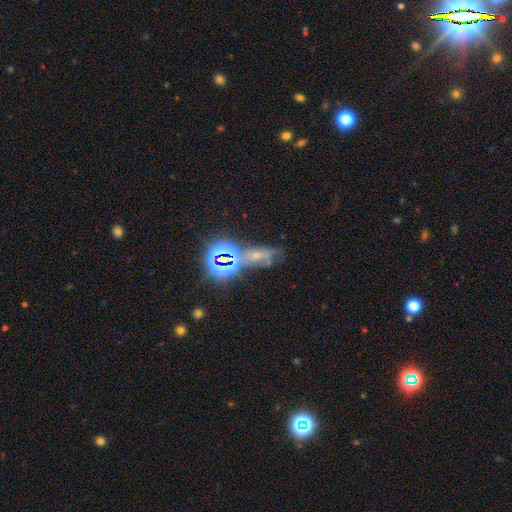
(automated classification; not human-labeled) A star or artifact, not a galaxy (49%).

Vote fractions:
- Smooth or featured? star or artifact: 49% / smooth: 26% / featured or disk: 24%